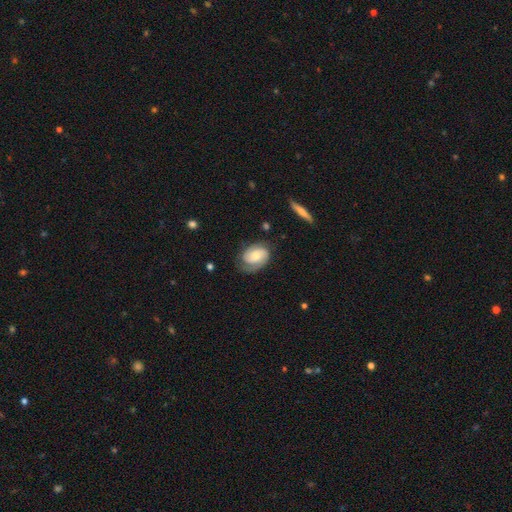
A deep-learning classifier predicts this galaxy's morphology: featured or disk 65%, smooth 28%, star or artifact 7%. Down the decision tree: edge-on disk — no (97%); bar — no (64%); spiral arms — yes (91%); spiral arm count — 2 (64%); spiral winding — tight (48%); bulge size — moderate (48%); merging — none (65%).